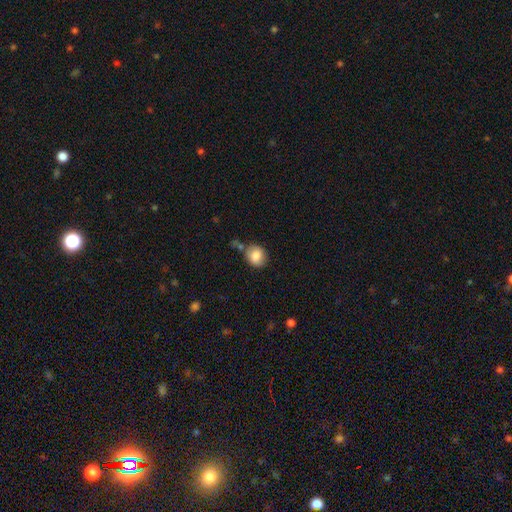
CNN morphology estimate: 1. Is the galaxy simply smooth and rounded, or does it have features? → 84% smooth, 8% star or artifact, 8% featured or disk.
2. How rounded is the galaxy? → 67% round, 32% in between, 1% cigar-shaped.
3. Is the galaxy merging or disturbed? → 62% none, 19% minor disturbance, 14% merger, 5% major disturbance.